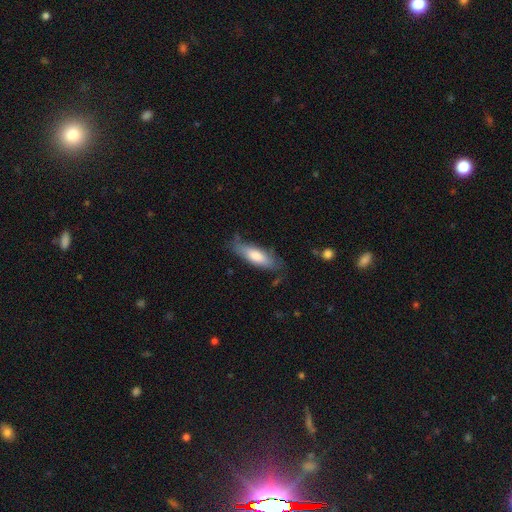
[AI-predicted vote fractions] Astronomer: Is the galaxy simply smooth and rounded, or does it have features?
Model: smooth — 72%.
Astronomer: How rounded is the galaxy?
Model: cigar-shaped — 50% (runner-up: in between, 48%).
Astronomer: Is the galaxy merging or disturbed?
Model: none — 72%.